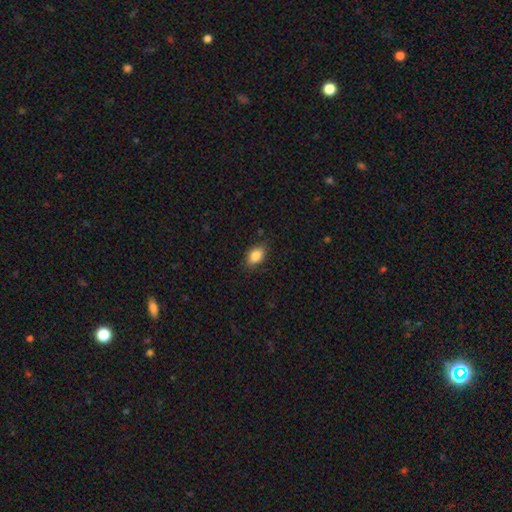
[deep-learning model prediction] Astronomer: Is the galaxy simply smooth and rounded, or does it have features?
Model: smooth — 85%.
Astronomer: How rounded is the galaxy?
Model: in between — 84%.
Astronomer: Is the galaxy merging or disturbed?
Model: none — 83%.